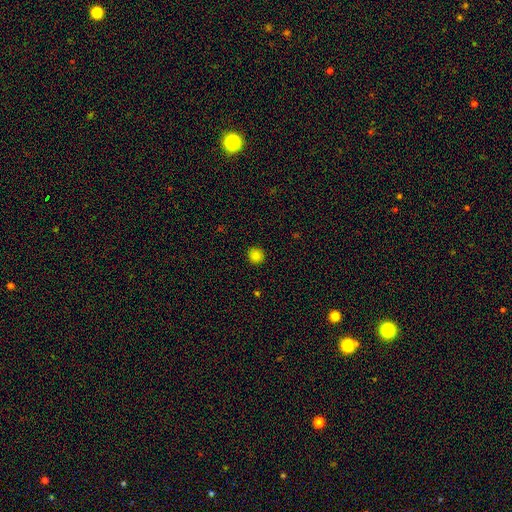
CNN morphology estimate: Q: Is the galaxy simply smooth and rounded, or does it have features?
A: smooth — 84%.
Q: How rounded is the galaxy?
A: round — 93%.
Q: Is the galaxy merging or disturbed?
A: none — 92%.